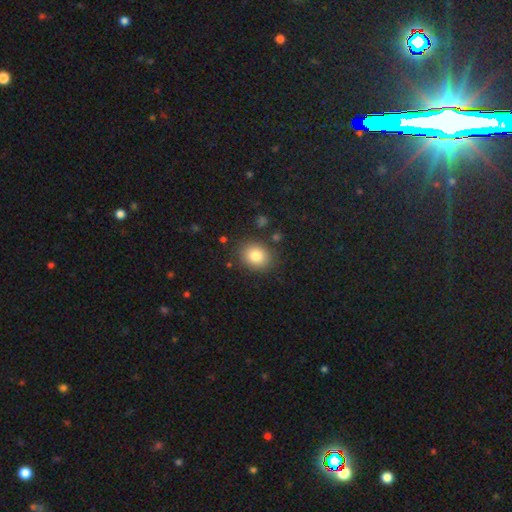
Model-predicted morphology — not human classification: Q: Smooth or featured?
A: smooth (83%); runner-up: star or artifact (10%)
Q: How rounded?
A: round (58%); runner-up: in between (41%)
Q: Merging?
A: none (84%); runner-up: minor disturbance (10%)